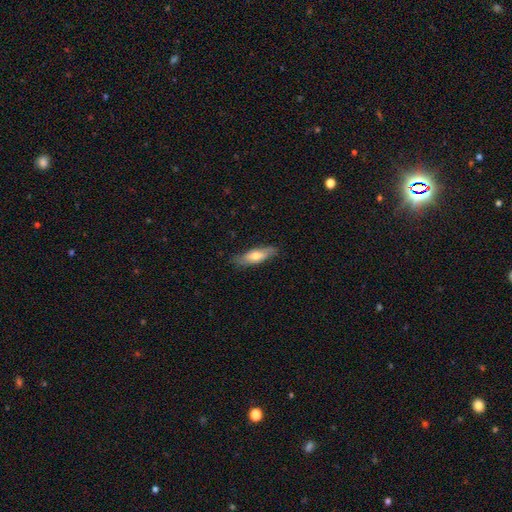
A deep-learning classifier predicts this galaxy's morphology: This appears to be a smooth galaxy with no disk features (62%) that is in between round and cigar-shaped (52%). Merging: none (80%).